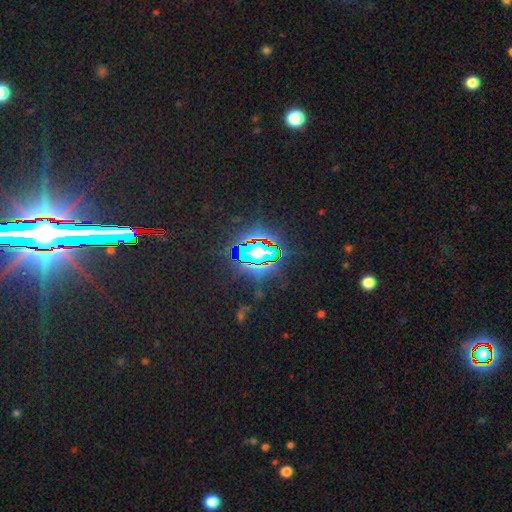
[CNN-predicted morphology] The model was most divided on "smooth or featured": star or artifact: 80%, smooth: 11%, featured or disk: 9%.